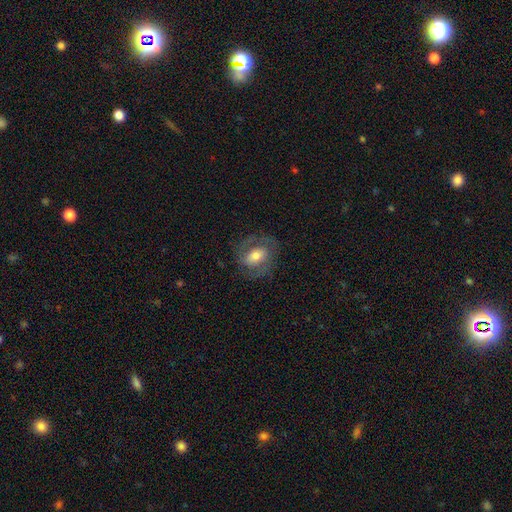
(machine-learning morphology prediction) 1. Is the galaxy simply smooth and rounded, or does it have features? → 55% featured or disk, 38% smooth, 7% star or artifact.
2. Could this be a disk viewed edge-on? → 95% no, 5% yes.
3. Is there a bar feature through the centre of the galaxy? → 44% no, 34% weak, 22% strong.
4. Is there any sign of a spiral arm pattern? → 69% yes, 31% no.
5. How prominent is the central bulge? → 56% moderate, 22% small, 18% large, 2% dominant, 2% none.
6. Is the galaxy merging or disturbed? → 72% none, 15% minor disturbance, 11% major disturbance, 1% merger.